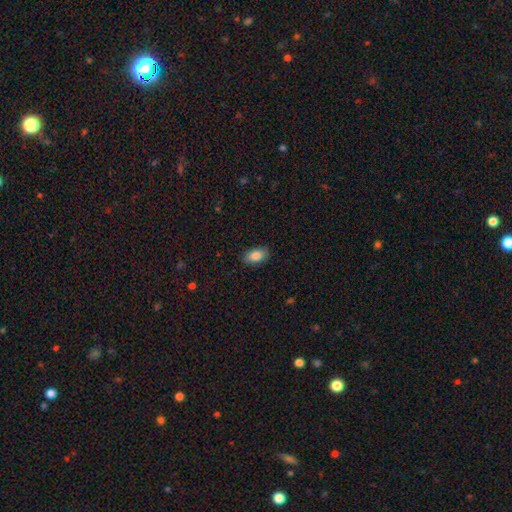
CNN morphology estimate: Overall: smooth (86%). How rounded: in between (92%). Merging: none (89%).